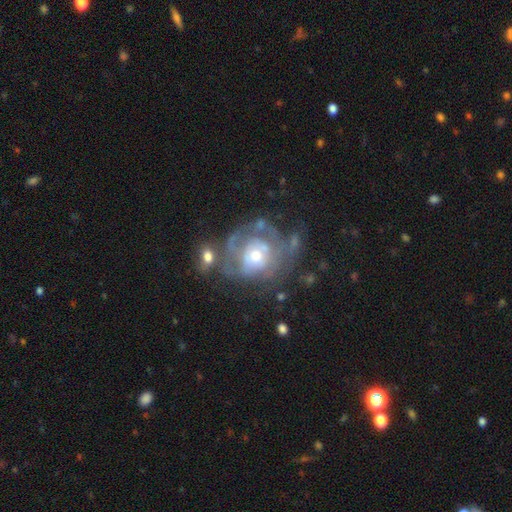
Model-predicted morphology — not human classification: A featured or disk galaxy (70%) with no bar (82%), spiral arms (60%) and a moderate central bulge (60%). Merging: none (40%).